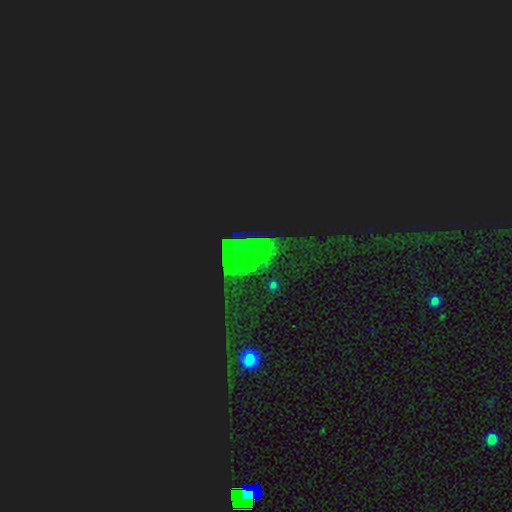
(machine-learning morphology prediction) A star or artifact, not a galaxy (68%).